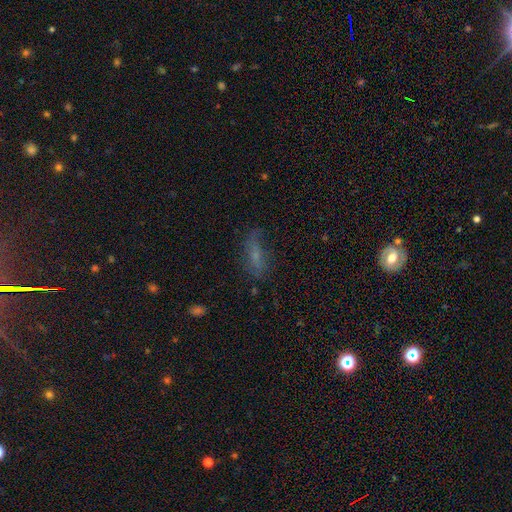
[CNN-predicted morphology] Smooth or featured? smooth (50%)
How rounded? in between (65%)
Merging? none (57%)